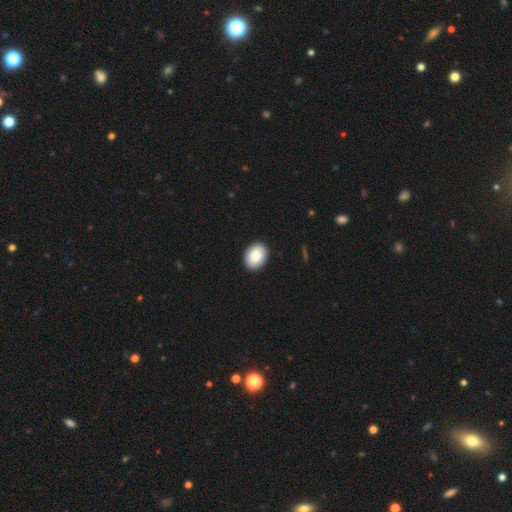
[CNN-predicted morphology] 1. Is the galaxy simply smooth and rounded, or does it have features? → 86% smooth, 8% featured or disk, 6% star or artifact.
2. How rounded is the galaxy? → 72% in between, 27% round, 1% cigar-shaped.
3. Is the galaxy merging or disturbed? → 91% none, 6% minor disturbance, 2% major disturbance, 1% merger.